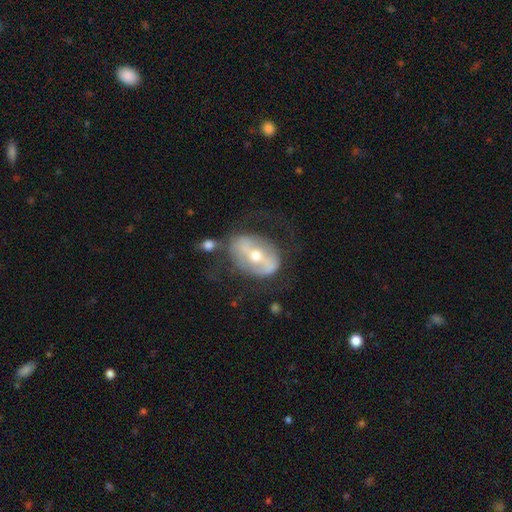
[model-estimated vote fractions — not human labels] smooth-or-featured: featured or disk: 72% | smooth: 22% | star or artifact: 7%
  disk-edge-on: no: 92% | yes: 8%
    bar: strong: 58% | weak: 25% | no: 16%
    has-spiral-arms: no: 50% (tied) | yes: 50% (tied)
    bulge-size: moderate: 63% | small: 31% | large: 4% | dominant: 1% | none: 1%
  merging: none: 56% | minor disturbance: 20% | major disturbance: 18% | merger: 6%